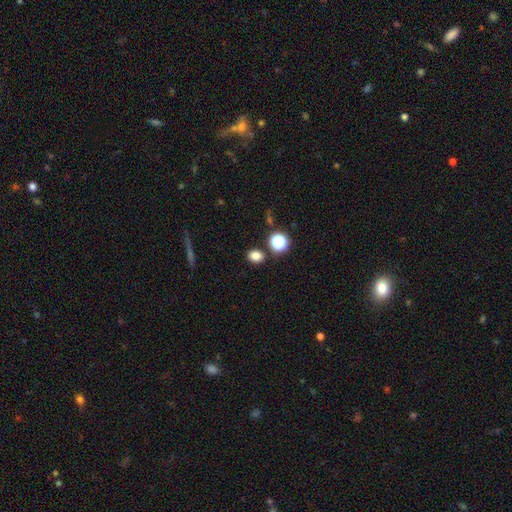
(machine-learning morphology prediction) smooth 81%, star or artifact 14%, featured or disk 5%. Down the decision tree: how rounded — in between (59%); merging — none (84%).